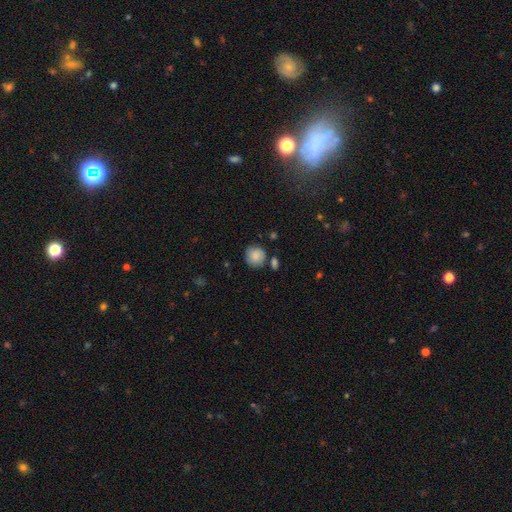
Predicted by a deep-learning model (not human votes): Q: Smooth or featured?
A: smooth (85%); runner-up: star or artifact (8%)
Q: How rounded?
A: round (89%); runner-up: in between (10%)
Q: Merging?
A: none (74%); runner-up: minor disturbance (15%)